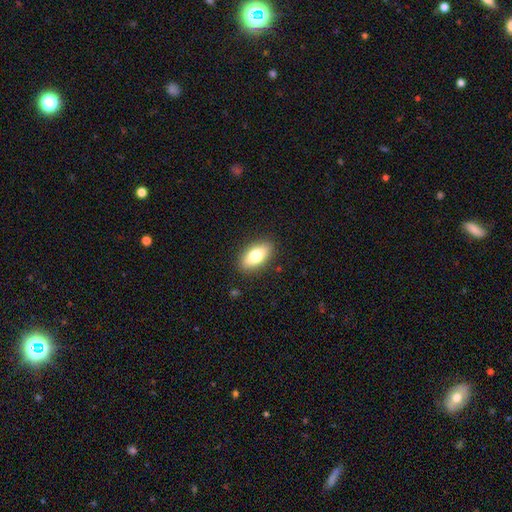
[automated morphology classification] smooth-or-featured: smooth: 76% | featured or disk: 17% | star or artifact: 7%
  how-rounded: in between: 87% | cigar-shaped: 8% | round: 4%
  merging: none: 87% | minor disturbance: 9% | major disturbance: 2% | merger: 1%